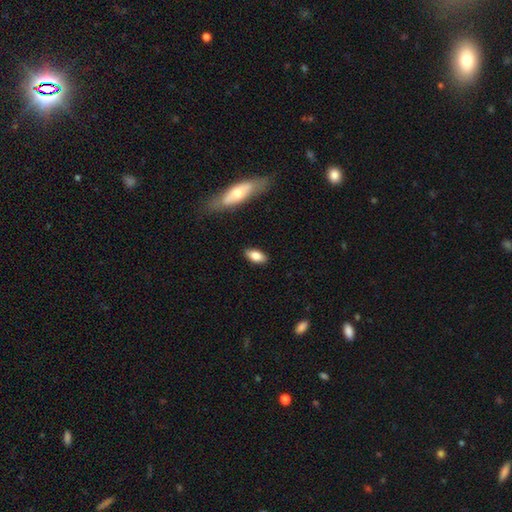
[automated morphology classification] This is likely a smooth galaxy (79%). How rounded: clearly in between (87%). Merging: clearly none (87%).